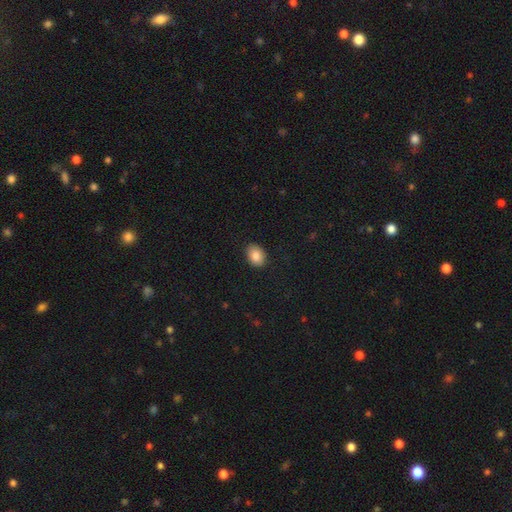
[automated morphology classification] Q: Smooth or featured?
A: smooth (87%); runner-up: star or artifact (8%)
Q: How rounded?
A: in between (73%); runner-up: round (26%)
Q: Merging?
A: none (88%); runner-up: minor disturbance (9%)